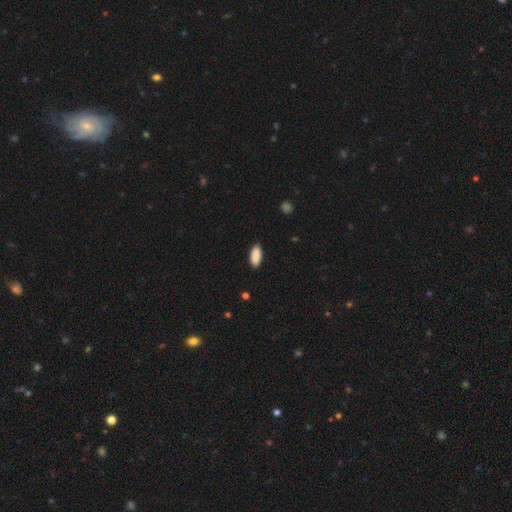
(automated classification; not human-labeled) smooth_or_featured: smooth (p=0.90) [alt: star or artifact p=0.06]
how_rounded: in between (p=0.89) [alt: cigar-shaped p=0.09]
merging: none (p=0.89) [alt: minor disturbance p=0.09]